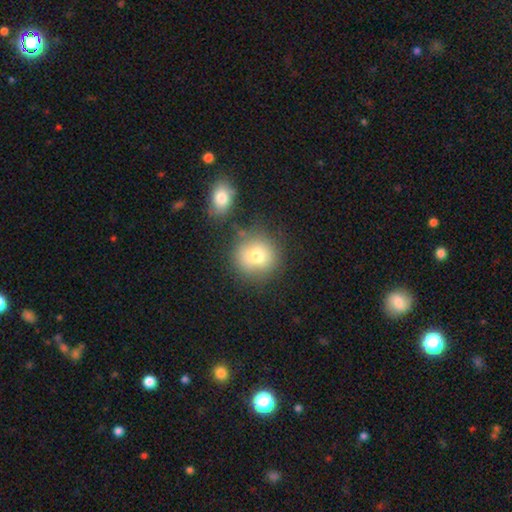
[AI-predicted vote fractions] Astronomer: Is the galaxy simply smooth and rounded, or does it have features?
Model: smooth — 76%.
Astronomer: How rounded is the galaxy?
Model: round — 91%.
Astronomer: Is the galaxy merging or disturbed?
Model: none — 72%.